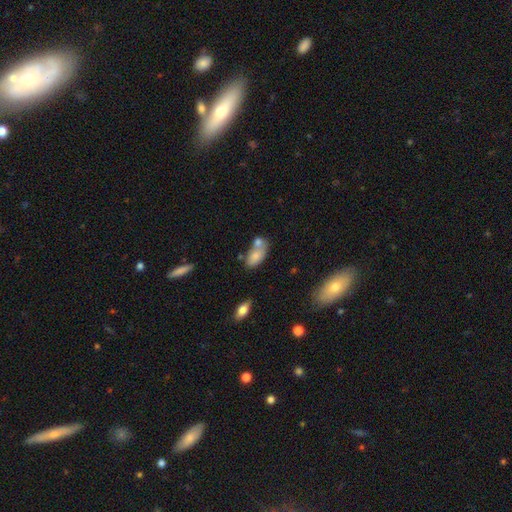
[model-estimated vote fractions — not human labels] Smooth or featured: smooth — 76% (featured or disk — 16%)
How rounded: in between — 91% (round — 5%)
Merging: merger — 42% (none — 37%)